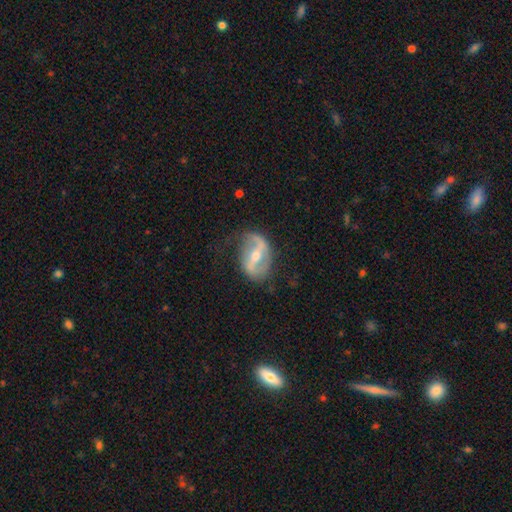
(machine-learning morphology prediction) Smooth or featured?
  - featured or disk: 83% *
  - smooth: 12%
  - star or artifact: 6%
Edge-on disk?
  - no: 94% *
  - yes: 6%
Bar?
  - strong: 65% *
  - weak: 25%
  - no: 10%
Spiral arms?
  - yes: 82% *
  - no: 18%
Spiral winding?
  - loose: 53% *
  - medium: 33%
  - tight: 14%
Spiral arm count?
  - 2: 82% *
  - 1: 8%
  - can't tell: 7%
  - 3: 1%
  - 4: 1%
  - more than 4: 1%
Bulge size?
  - moderate: 55% *
  - small: 42%
  - large: 2%
  - none: 1%
  - dominant: 1%
Merging?
  - none: 65% *
  - minor disturbance: 23%
  - major disturbance: 11%
  - merger: 2%